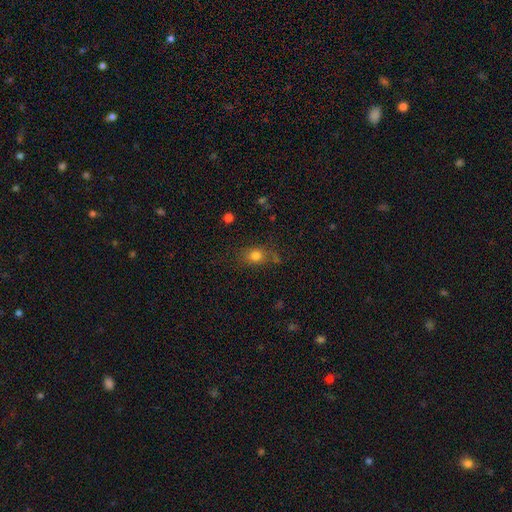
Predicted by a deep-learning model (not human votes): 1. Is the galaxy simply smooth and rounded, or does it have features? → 78% smooth, 13% star or artifact, 9% featured or disk.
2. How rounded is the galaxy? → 52% round, 46% in between, 2% cigar-shaped.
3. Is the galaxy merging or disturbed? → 69% none, 18% minor disturbance, 7% major disturbance, 5% merger.